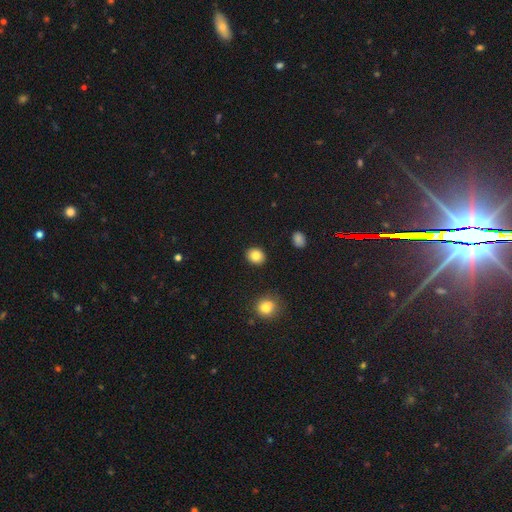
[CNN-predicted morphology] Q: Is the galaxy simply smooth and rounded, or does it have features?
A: smooth — 84%.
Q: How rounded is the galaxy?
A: round — 73%.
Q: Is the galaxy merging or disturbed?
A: none — 91%.